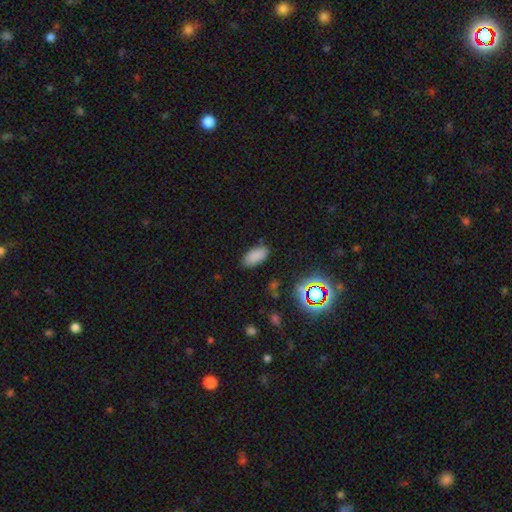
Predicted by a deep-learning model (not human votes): Overall: smooth (82%). How rounded: in between (92%). Merging: none (84%).